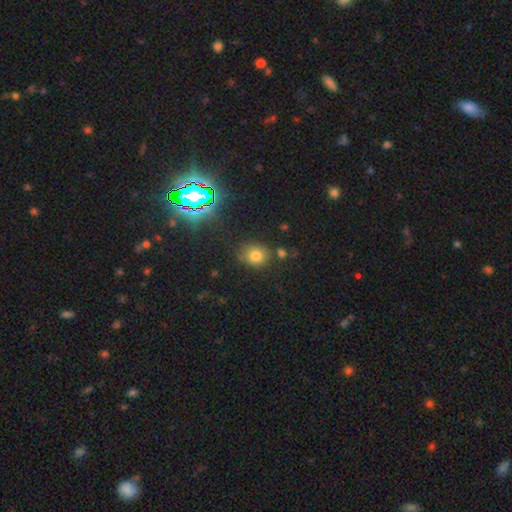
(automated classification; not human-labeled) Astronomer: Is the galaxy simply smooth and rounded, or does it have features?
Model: smooth — 73%.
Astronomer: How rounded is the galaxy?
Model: round — 75%.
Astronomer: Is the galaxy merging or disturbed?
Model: none — 76%.